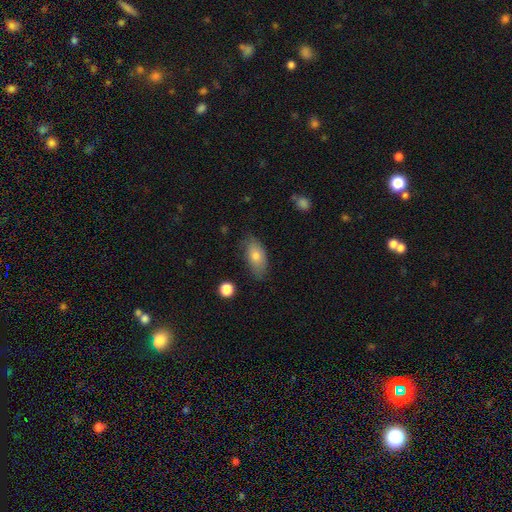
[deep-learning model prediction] Smooth or featured?
  - smooth: 75% *
  - featured or disk: 18%
  - star or artifact: 7%
How rounded?
  - in between: 90% *
  - cigar-shaped: 6%
  - round: 5%
Merging?
  - none: 72% *
  - minor disturbance: 22%
  - major disturbance: 4%
  - merger: 2%